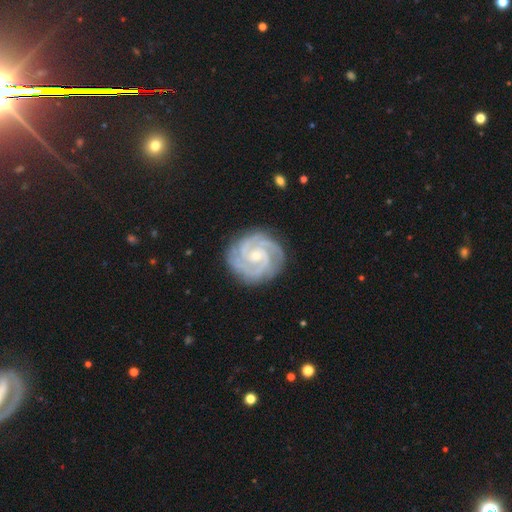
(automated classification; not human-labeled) Smooth or featured? Predicted: featured or disk (p=0.93). Edge-on disk? Predicted: no (p=0.98). Bar? Predicted: no (p=0.58). Spiral arms? Predicted: yes (p=0.99). Spiral winding? Predicted: tight (p=0.74). Spiral arm count? Predicted: 3 (p=0.40). Bulge size? Predicted: small (p=0.62). Merging? Predicted: none (p=0.84).